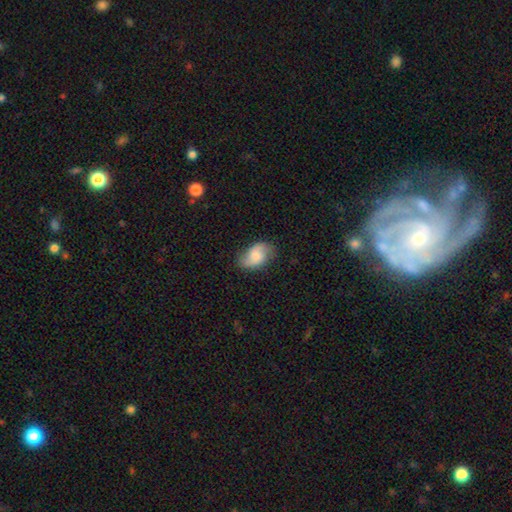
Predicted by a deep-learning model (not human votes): Smooth or featured? Predicted: featured or disk (p=0.48). Merging? Predicted: none (p=0.74).